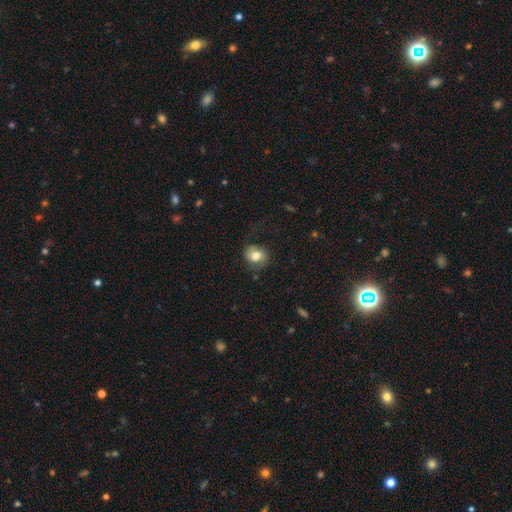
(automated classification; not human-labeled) Overall: smooth (73%). How rounded: round (62%; in between 37%). Merging: none (68%).